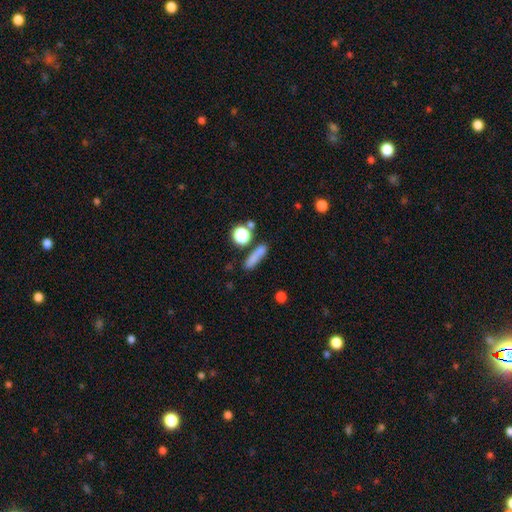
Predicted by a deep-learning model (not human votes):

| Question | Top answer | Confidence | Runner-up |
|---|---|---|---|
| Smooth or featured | smooth | 74% | star or artifact (14%) |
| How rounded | cigar-shaped | 69% | in between (20%) |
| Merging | none | 70% | minor disturbance (15%) |